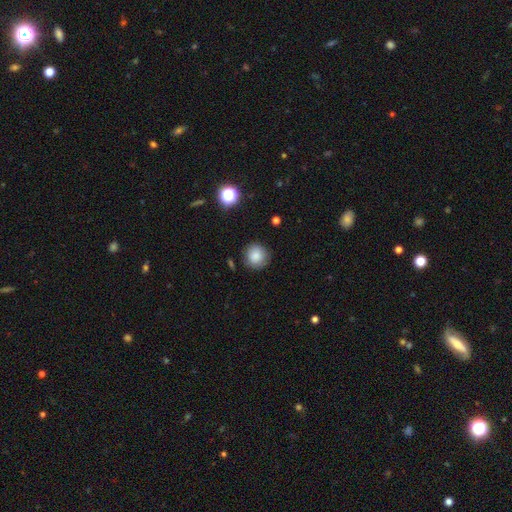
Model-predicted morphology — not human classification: Smooth or featured: smooth — 83% (star or artifact — 10%)
How rounded: round — 92% (in between — 7%)
Merging: none — 83% (minor disturbance — 12%)